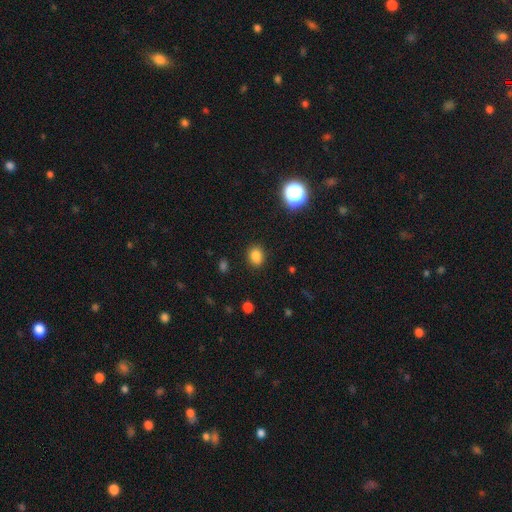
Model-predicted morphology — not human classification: The model was most divided on "how rounded": in between: 50%, round: 49%, cigar-shaped: 1%. More confident: merging — none (88%); smooth or featured — smooth (82%).